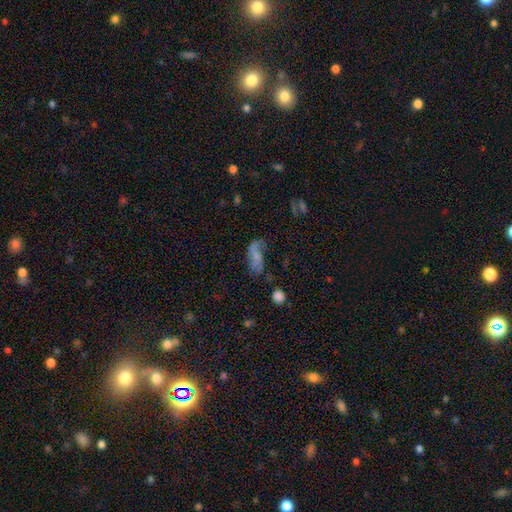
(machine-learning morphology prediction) Q: Smooth or featured?
A: smooth (52%); runner-up: featured or disk (35%)
Q: How rounded?
A: in between (78%); runner-up: cigar-shaped (18%)
Q: Merging?
A: none (38%); runner-up: minor disturbance (28%)